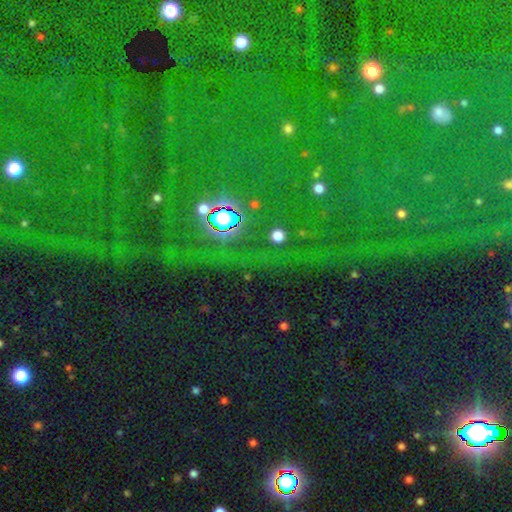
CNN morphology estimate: Overall: star or artifact (83%).